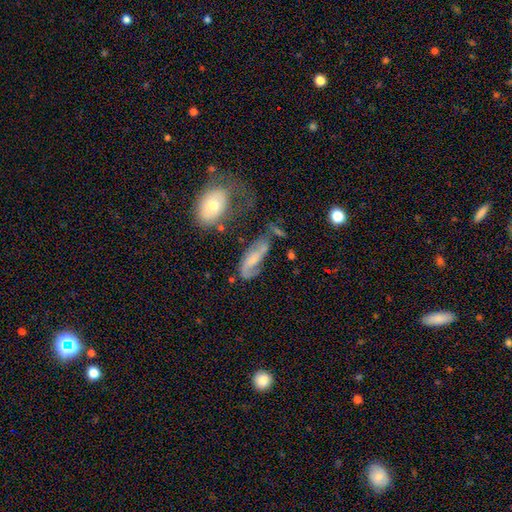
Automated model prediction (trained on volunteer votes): This is possibly a featured or disk galaxy (56%). It is clearly not viewed edge-on (85%). Merging: possibly none (48%).